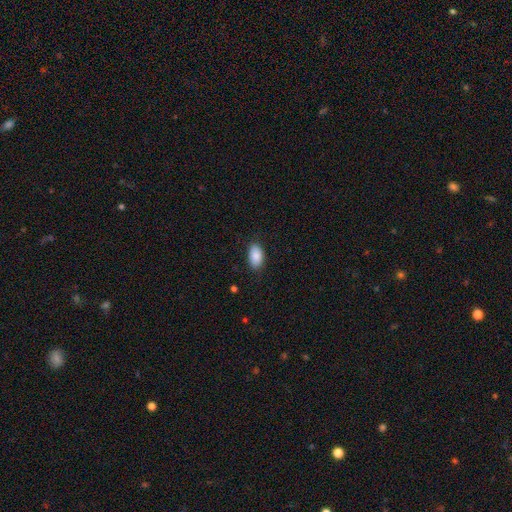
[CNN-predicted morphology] Overall: smooth (88%). How rounded: in between (94%). Merging: none (85%).